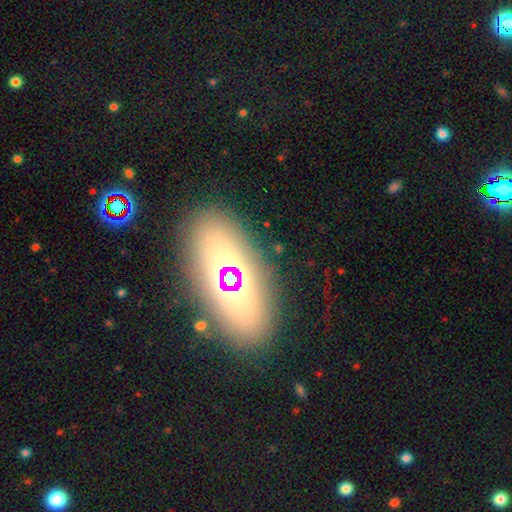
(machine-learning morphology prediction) A featured or disk galaxy (48%).

Vote fractions:
- Smooth or featured? featured or disk: 48% / smooth: 33% / star or artifact: 19%
- Merging? none: 81% / minor disturbance: 11% / major disturbance: 5% / merger: 4%